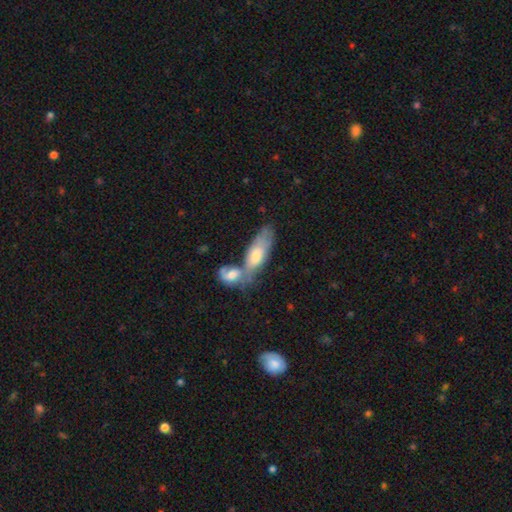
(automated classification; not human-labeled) Smooth or featured? smooth (64%)
How rounded? in between (74%)
Merging? merger (57%)